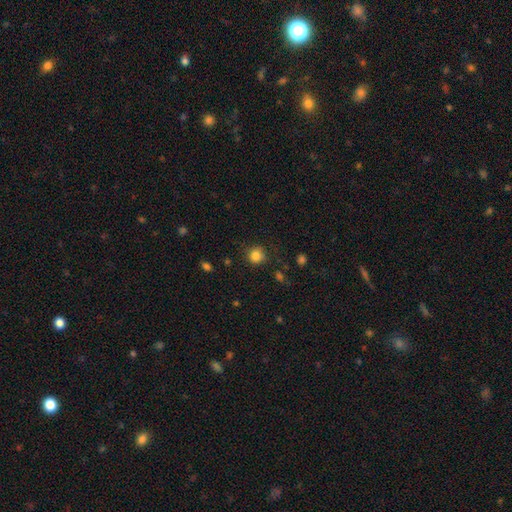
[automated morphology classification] A smooth galaxy with no disk features (83%) that is round (89%). Merging: none (82%).